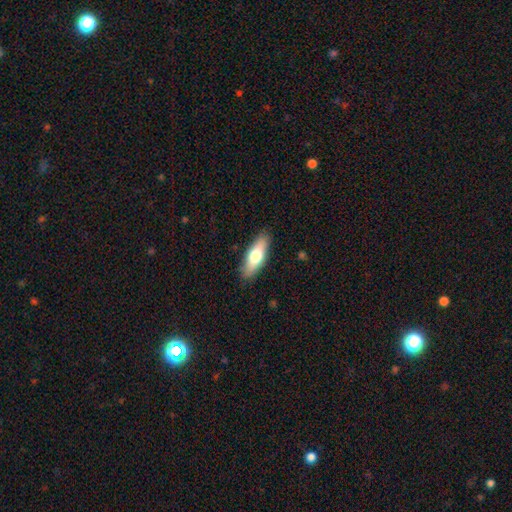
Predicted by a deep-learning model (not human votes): Morphology: type=smooth (66%); roundness=in between (61%); merging=none (87%).